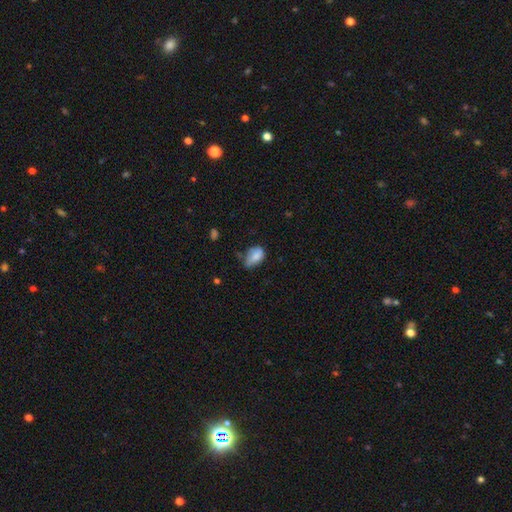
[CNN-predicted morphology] Overall: smooth (79%). How rounded: in between (88%). Merging: minor disturbance (44%; none 36%).